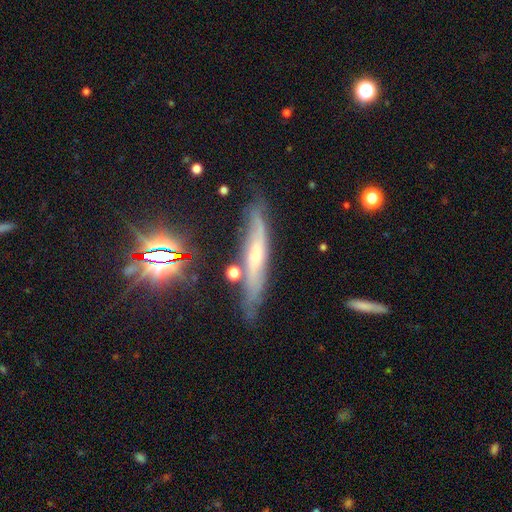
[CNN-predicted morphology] A featured or disk galaxy (63%) viewed edge-on (74%).

Vote fractions:
- Smooth or featured? featured or disk: 63% / smooth: 22% / star or artifact: 14%
- Edge-on disk? yes: 74% / no: 26%
- Merging? none: 71% / minor disturbance: 20% / major disturbance: 5% / merger: 4%